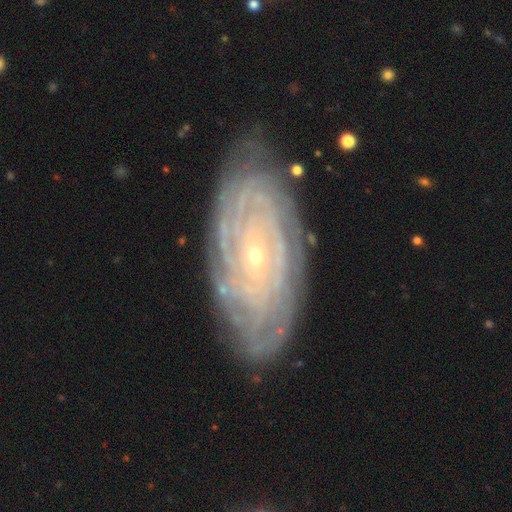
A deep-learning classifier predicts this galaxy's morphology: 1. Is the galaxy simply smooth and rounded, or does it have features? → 87% featured or disk, 7% smooth, 6% star or artifact.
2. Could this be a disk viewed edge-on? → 94% no, 6% yes.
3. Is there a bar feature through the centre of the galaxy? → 67% no, 24% weak, 9% strong.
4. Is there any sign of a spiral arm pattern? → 96% yes, 4% no.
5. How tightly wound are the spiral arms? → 87% tight, 11% medium, 2% loose.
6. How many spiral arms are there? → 37% can't tell, 19% more than 4, 15% 4, 11% 2, 11% 3, 7% 1.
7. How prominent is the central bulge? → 79% small, 18% moderate, 1% none, 1% large, 1% dominant.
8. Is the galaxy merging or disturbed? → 82% none, 13% minor disturbance, 3% major disturbance, 1% merger.